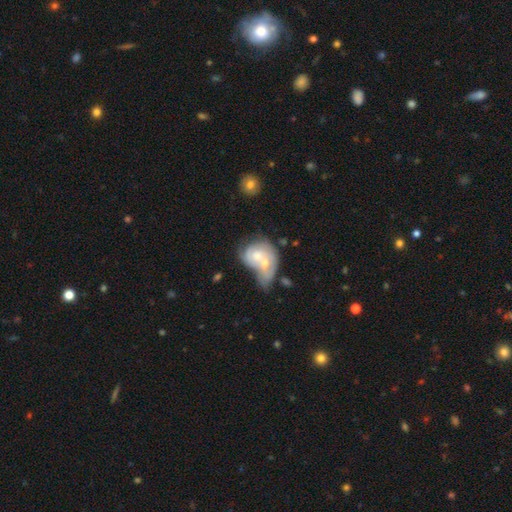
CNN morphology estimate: type=featured or disk (50%); merging=merger (73%).